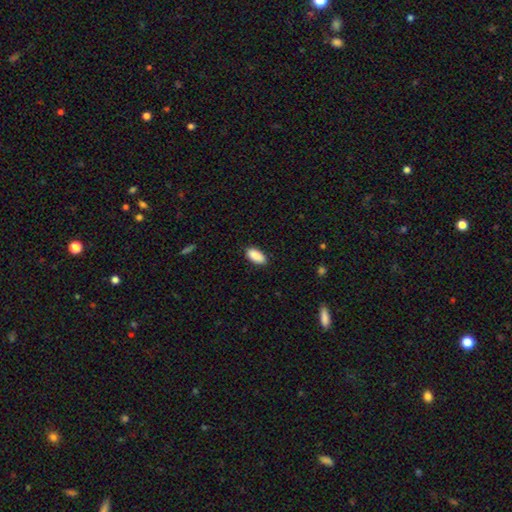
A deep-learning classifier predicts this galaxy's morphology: Q: Smooth or featured?
A: smooth (90%); runner-up: star or artifact (6%)
Q: How rounded?
A: in between (91%); runner-up: cigar-shaped (7%)
Q: Merging?
A: none (88%); runner-up: minor disturbance (9%)